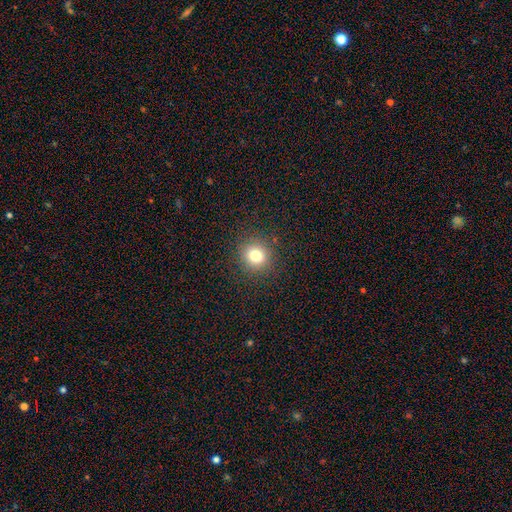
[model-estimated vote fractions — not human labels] smooth_or_featured: smooth (p=0.78) [alt: star or artifact p=0.14]
how_rounded: round (p=0.90) [alt: in between p=0.09]
merging: none (p=0.90) [alt: minor disturbance p=0.07]